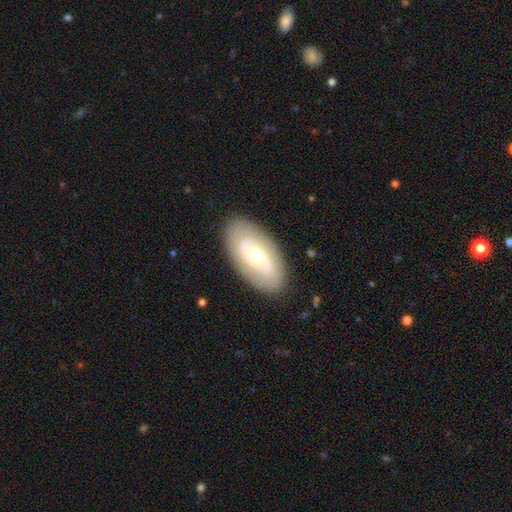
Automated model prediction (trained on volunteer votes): Smooth or featured? featured or disk (69%)
Edge-on disk? no (94%)
Bar? no (61%)
Spiral arms? yes (78%)
Spiral winding? tight (51%)
Spiral arm count? 2 (63%)
Bulge size? small (50%)
Merging? none (85%)